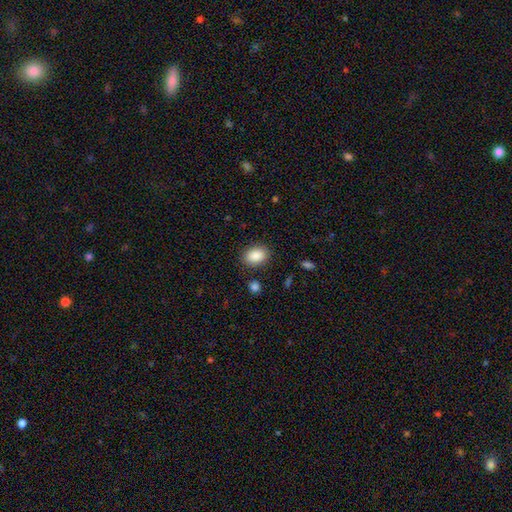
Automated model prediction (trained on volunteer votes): smooth_or_featured: smooth (p=0.88) [alt: star or artifact p=0.07]
how_rounded: in between (p=0.77) [alt: round p=0.22]
merging: none (p=0.86) [alt: minor disturbance p=0.09]